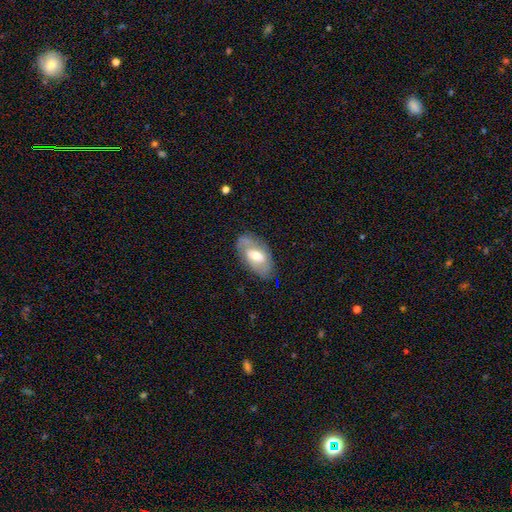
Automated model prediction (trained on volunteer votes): This appears to be a featured or disk galaxy (57%) with a weak bar (44%), spiral arms (65%) and a moderate central bulge (65%). Merging: none (71%).